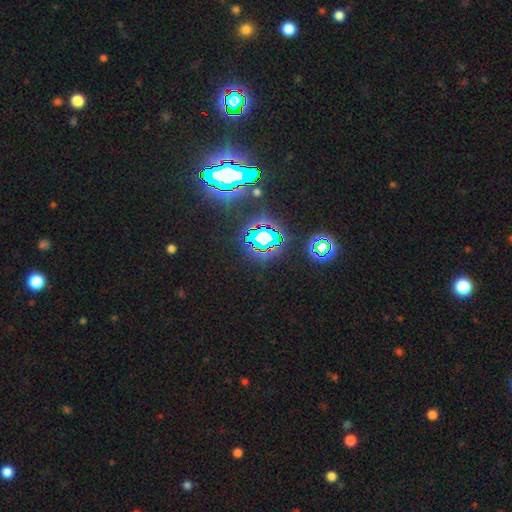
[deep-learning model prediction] smooth-or-featured: star or artifact: 83% | smooth: 10% | featured or disk: 7%